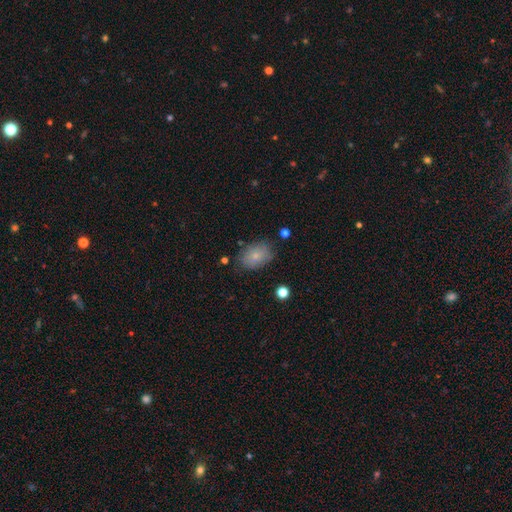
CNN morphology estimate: smooth 79%, featured or disk 12%, star or artifact 9%. Down the decision tree: how rounded — in between (76%); merging — none (77%).